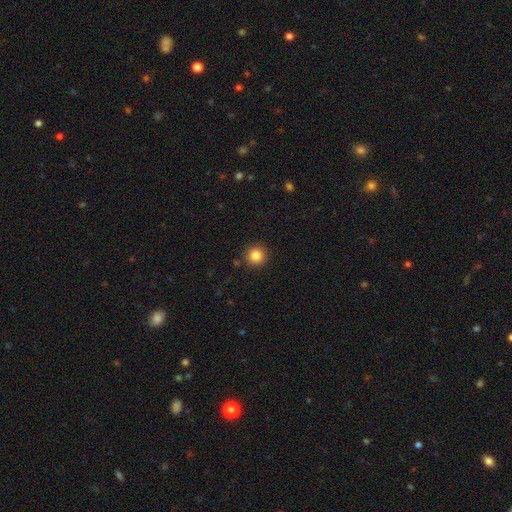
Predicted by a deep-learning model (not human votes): Smooth or featured: smooth — 84% (star or artifact — 11%)
How rounded: round — 95% (in between — 4%)
Merging: none — 91% (minor disturbance — 6%)